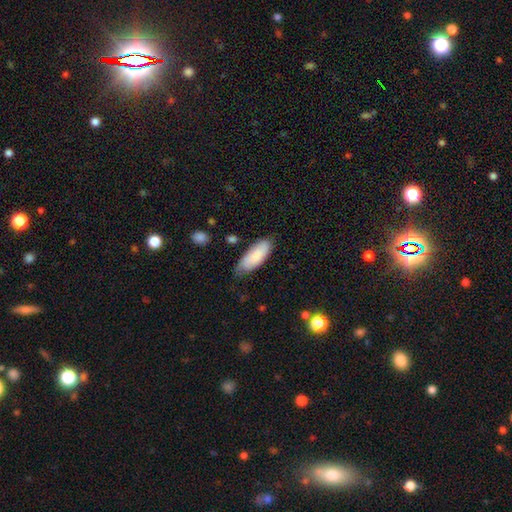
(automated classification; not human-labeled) A smooth galaxy with no disk features (84%) that is in between round and cigar-shaped (78%).

Vote fractions:
- Smooth or featured? smooth: 84% / featured or disk: 10% / star or artifact: 6%
- How rounded? in between: 78% / cigar-shaped: 21% / round: 2%
- Merging? none: 63% / minor disturbance: 29% / major disturbance: 6% / merger: 2%